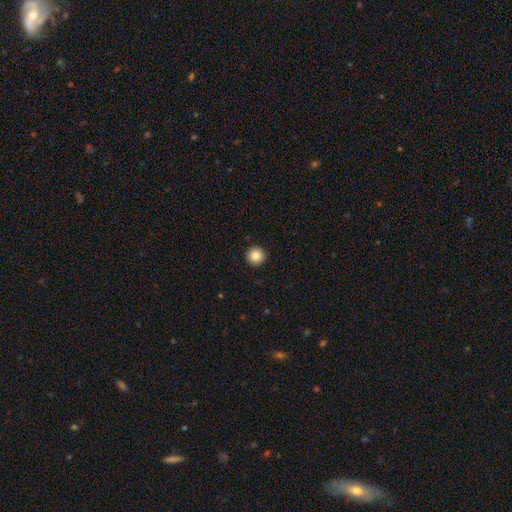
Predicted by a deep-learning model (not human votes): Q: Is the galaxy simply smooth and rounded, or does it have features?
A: smooth — 86%.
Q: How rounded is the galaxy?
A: round — 96%.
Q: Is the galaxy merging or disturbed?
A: none — 93%.